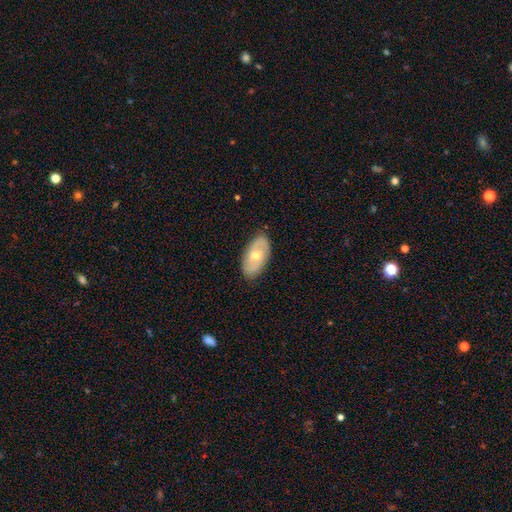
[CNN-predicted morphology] Overall: featured or disk (48%; smooth 46%). Merging: none (86%).